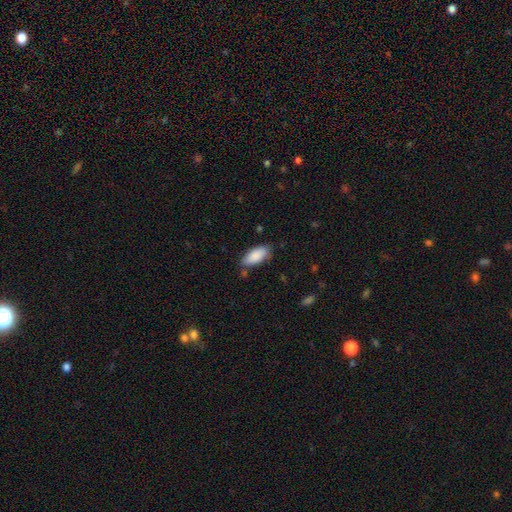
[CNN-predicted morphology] This is clearly a smooth galaxy (87%). How rounded: clearly in between (86%). Merging: likely none (76%).